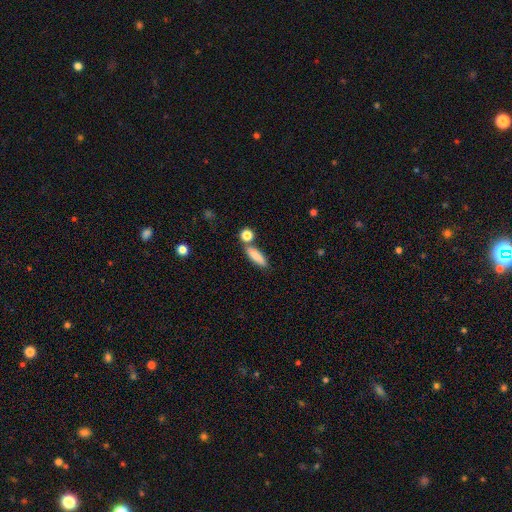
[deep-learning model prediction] Overall: smooth (80%). How rounded: in between (56%; cigar-shaped 39%). Merging: none (61%).